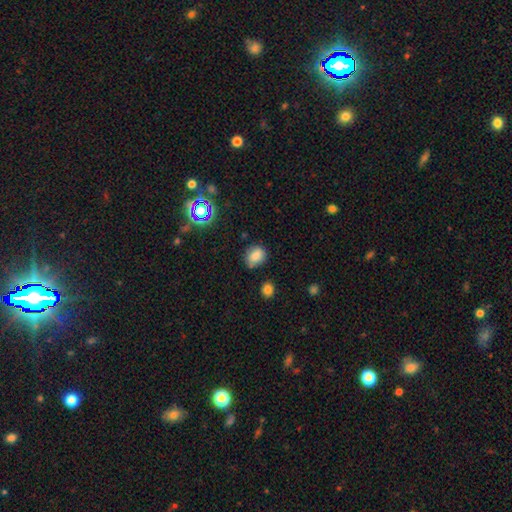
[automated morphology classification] Smooth or featured?
  - smooth: 79% *
  - star or artifact: 13%
  - featured or disk: 8%
How rounded?
  - round: 55% *
  - in between: 44%
  - cigar-shaped: 1%
Merging?
  - none: 73% *
  - minor disturbance: 19%
  - major disturbance: 4%
  - merger: 4%